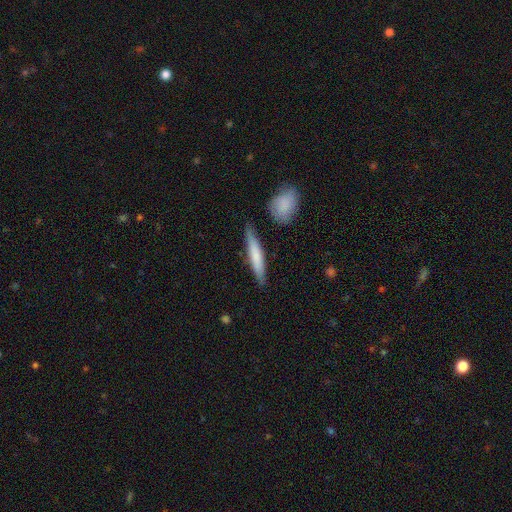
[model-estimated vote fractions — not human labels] Smooth or featured?
  - smooth: 67% *
  - featured or disk: 28%
  - star or artifact: 5%
How rounded?
  - cigar-shaped: 90% *
  - in between: 9%
  - round: 2%
Merging?
  - none: 83% *
  - minor disturbance: 12%
  - merger: 3%
  - major disturbance: 2%